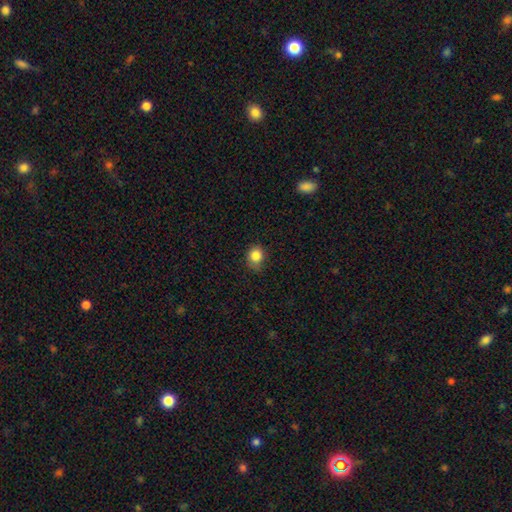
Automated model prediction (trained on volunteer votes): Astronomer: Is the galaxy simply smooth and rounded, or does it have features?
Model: smooth — 85%.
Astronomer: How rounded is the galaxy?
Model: round — 75%.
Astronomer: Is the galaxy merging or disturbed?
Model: none — 71%.